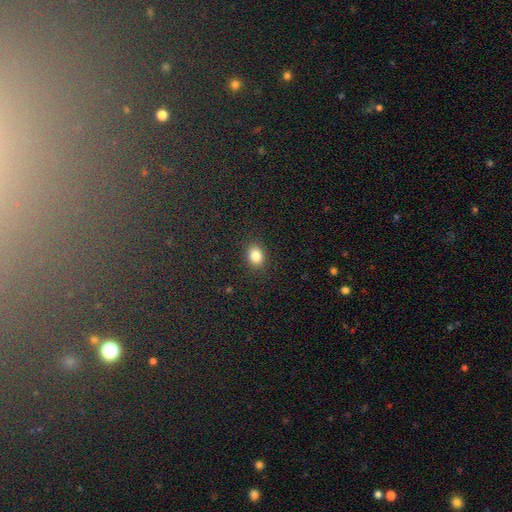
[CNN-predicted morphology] Smooth or featured? Predicted: smooth (p=0.84). How rounded? Predicted: in between (p=0.54). Merging? Predicted: none (p=0.88).